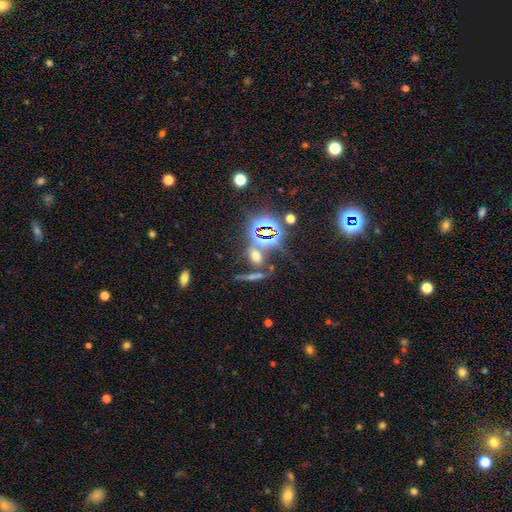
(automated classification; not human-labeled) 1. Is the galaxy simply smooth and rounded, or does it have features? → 49% star or artifact, 35% smooth, 16% featured or disk.